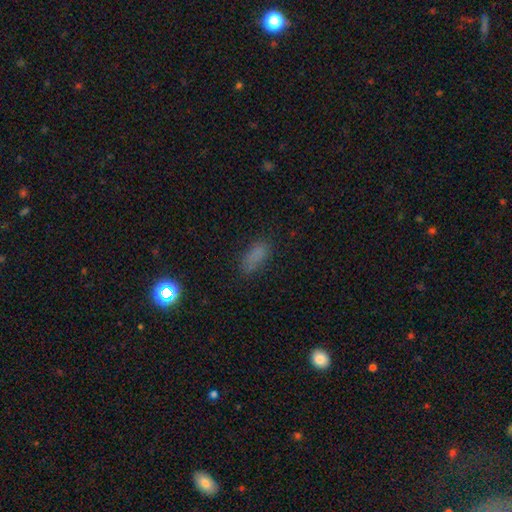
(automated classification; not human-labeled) smooth 75%, star or artifact 17%, featured or disk 8%. Down the decision tree: how rounded — in between (76%); merging — none (72%).